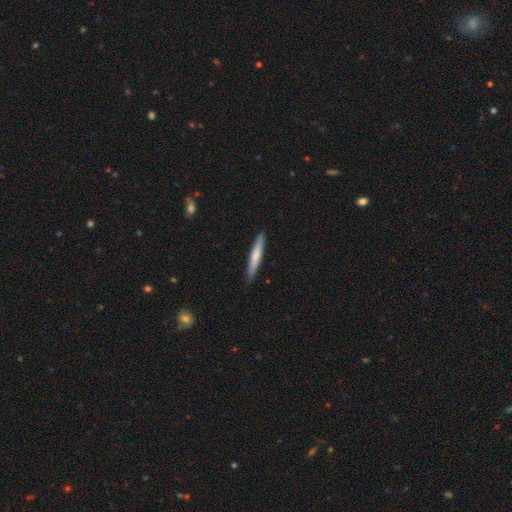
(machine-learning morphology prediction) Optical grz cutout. It shows a smooth galaxy with no disk features (67%) that is cigar-shaped (94%). Merging: none (89%).